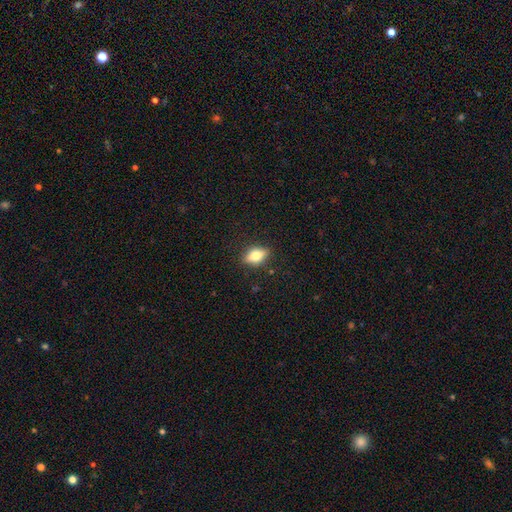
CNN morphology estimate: smooth-or-featured: smooth: 66% | featured or disk: 25% | star or artifact: 9%
  how-rounded: in between: 79% | round: 12% | cigar-shaped: 9%
  merging: none: 85% | minor disturbance: 11% | major disturbance: 3% | merger: 1%